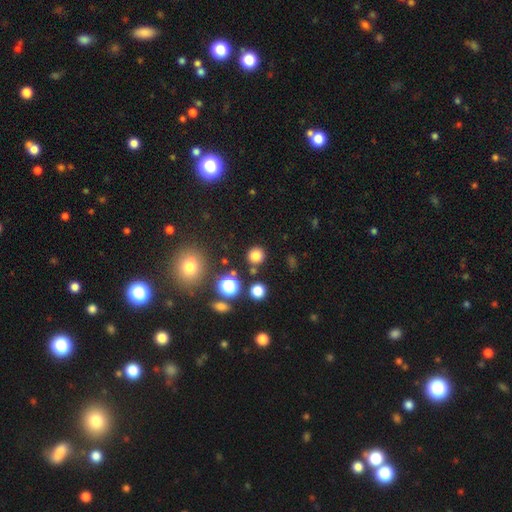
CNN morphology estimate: Smooth or featured? smooth (79%)
How rounded? round (91%)
Merging? none (85%)